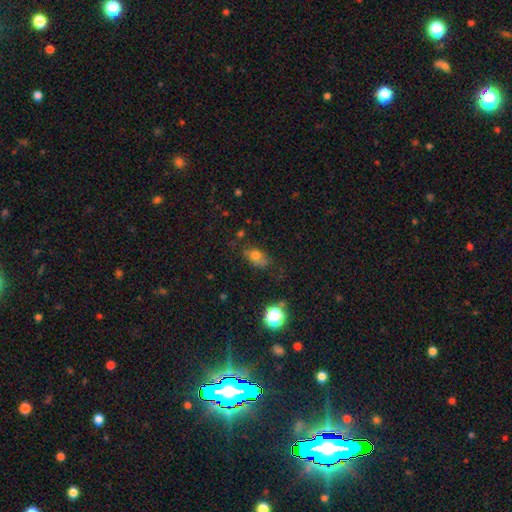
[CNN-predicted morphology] Overall: smooth (70%). How rounded: in between (77%). Merging: none (61%; minor disturbance 26%).